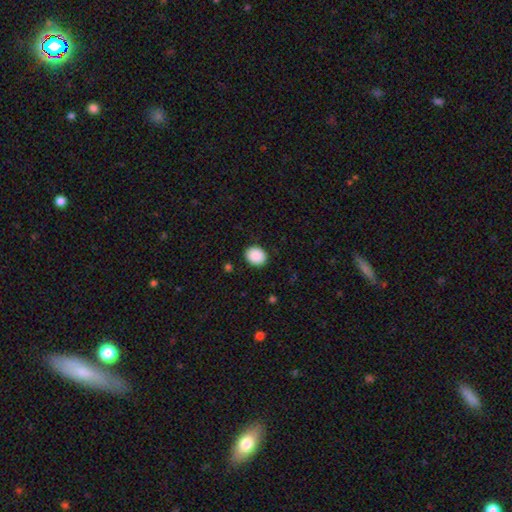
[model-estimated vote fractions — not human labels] smooth 90%, star or artifact 7%, featured or disk 2%. Down the decision tree: how rounded — round (57%); merging — none (90%).